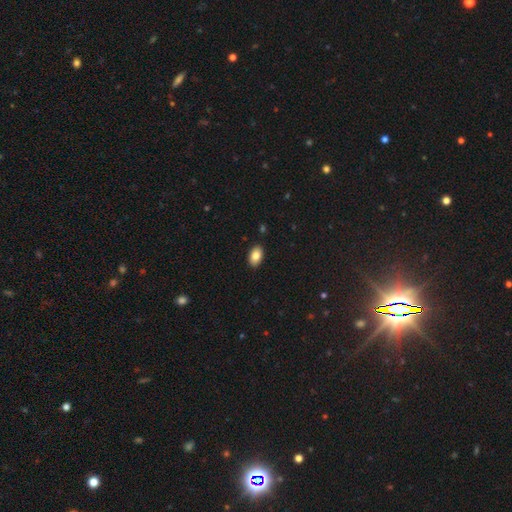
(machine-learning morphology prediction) The model was most divided on "smooth or featured": smooth: 84%, featured or disk: 8%, star or artifact: 8%. More confident: how rounded — in between (91%); merging — none (89%).